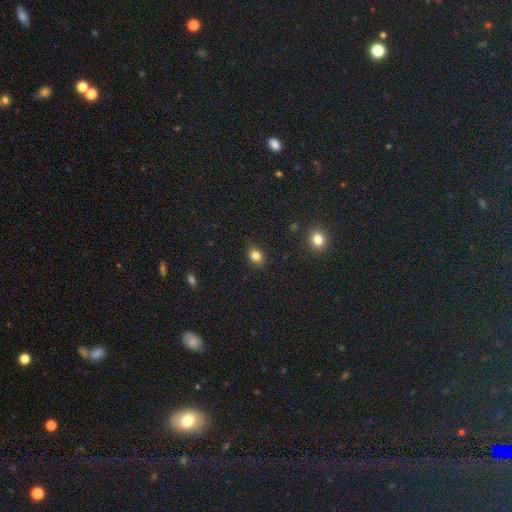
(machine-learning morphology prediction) Overall: smooth (81%). How rounded: round (50%; in between 49%). Merging: none (79%).